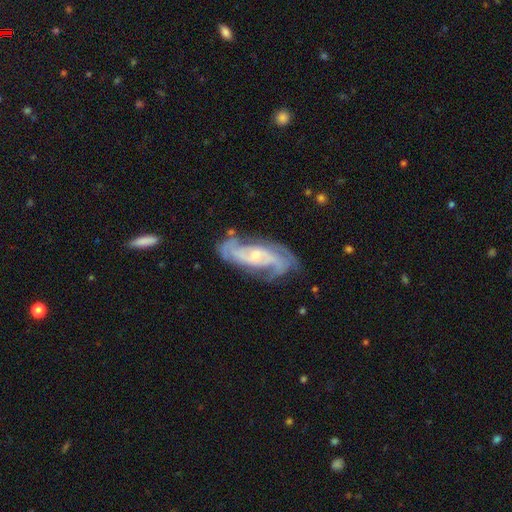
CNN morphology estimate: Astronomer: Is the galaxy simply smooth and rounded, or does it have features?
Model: featured or disk — 87%.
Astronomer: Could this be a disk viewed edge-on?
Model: no — 93%.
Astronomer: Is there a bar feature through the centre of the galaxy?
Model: no — 52% (runner-up: weak, 37%).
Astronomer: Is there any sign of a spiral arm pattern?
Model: yes — 96%.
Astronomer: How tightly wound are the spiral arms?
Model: medium — 44% (runner-up: tight, 42%).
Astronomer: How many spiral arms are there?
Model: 2 — 49%.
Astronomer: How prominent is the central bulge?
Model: small — 58% (runner-up: moderate, 36%).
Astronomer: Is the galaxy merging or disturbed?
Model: none — 70%.